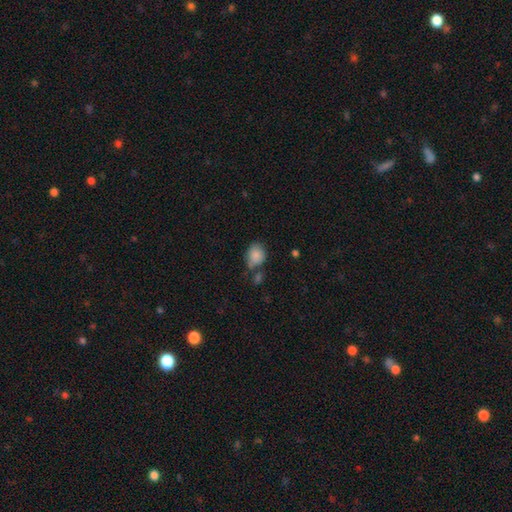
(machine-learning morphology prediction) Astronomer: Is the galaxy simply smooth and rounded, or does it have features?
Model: smooth — 86%.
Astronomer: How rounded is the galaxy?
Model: round — 53% (runner-up: in between, 46%).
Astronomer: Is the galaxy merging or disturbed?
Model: none — 56%.